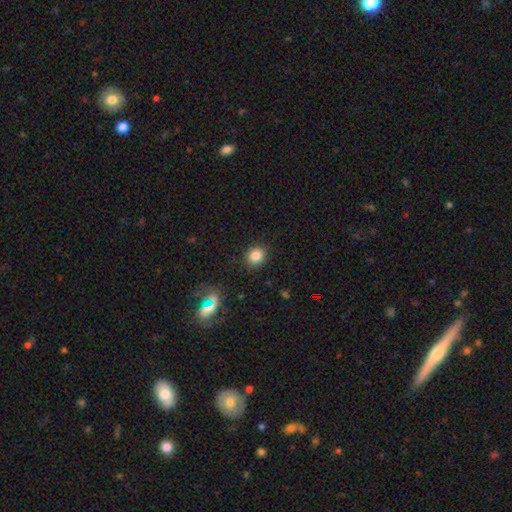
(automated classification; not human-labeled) smooth-or-featured: smooth: 83% | star or artifact: 11% | featured or disk: 5%
  how-rounded: round: 77% | in between: 23% | cigar-shaped: 1%
  merging: none: 87% | minor disturbance: 8% | major disturbance: 3% | merger: 2%